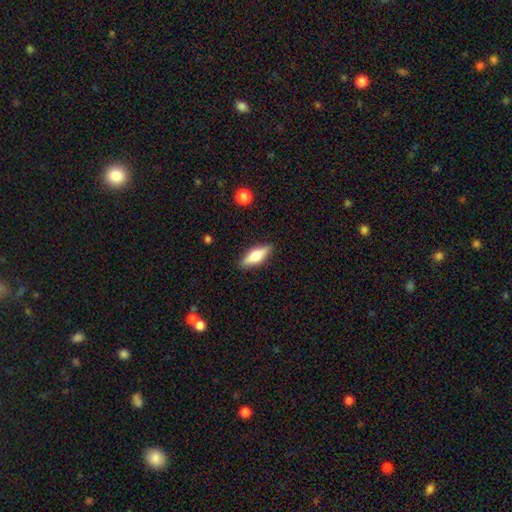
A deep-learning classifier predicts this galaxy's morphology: This is possibly a smooth galaxy (58%). How rounded: possibly in between (55%). Merging: clearly none (88%).